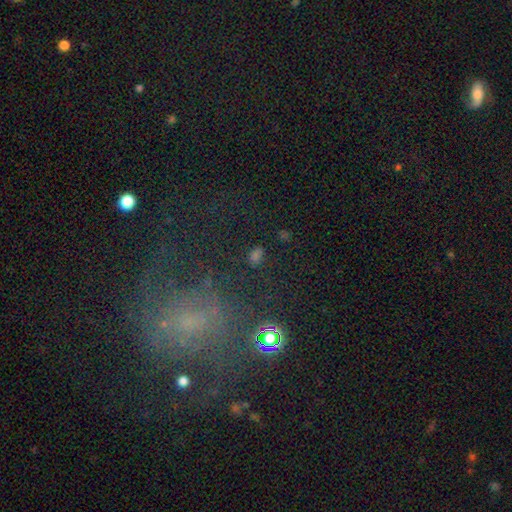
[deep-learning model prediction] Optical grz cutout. It shows a smooth galaxy with no disk features (52%) that is in between round and cigar-shaped (65%). Merging: none (77%).